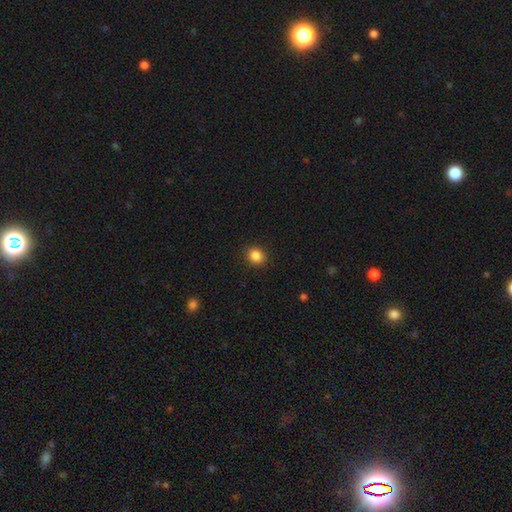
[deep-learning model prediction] This is clearly a smooth galaxy (86%). How rounded: likely round (70%). Merging: clearly none (90%).